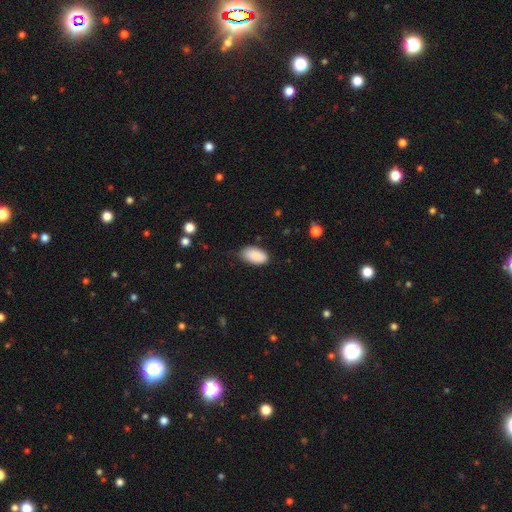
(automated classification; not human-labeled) smooth-or-featured: smooth: 88% | star or artifact: 7% | featured or disk: 5%
  how-rounded: in between: 95% | round: 3% | cigar-shaped: 2%
  merging: none: 78% | minor disturbance: 17% | major disturbance: 3% | merger: 1%